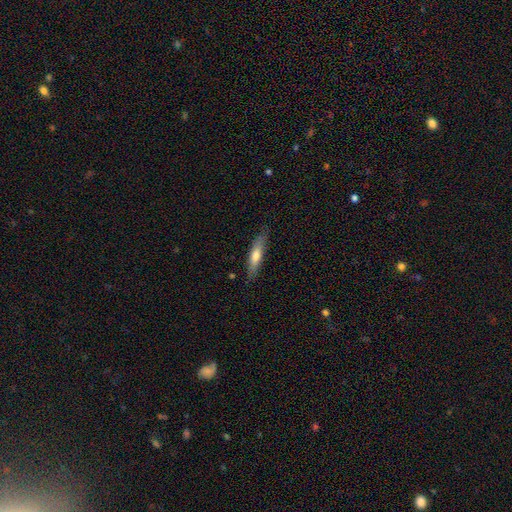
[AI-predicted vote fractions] Smooth or featured? Predicted: smooth (p=0.63). How rounded? Predicted: cigar-shaped (p=0.79). Merging? Predicted: none (p=0.82).